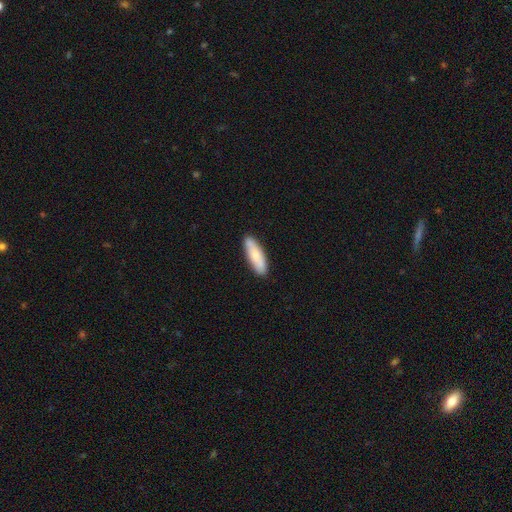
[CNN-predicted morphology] The model was most divided on "how rounded": cigar-shaped: 53%, in between: 45%, round: 2%. More confident: merging — none (87%); smooth or featured — smooth (75%).